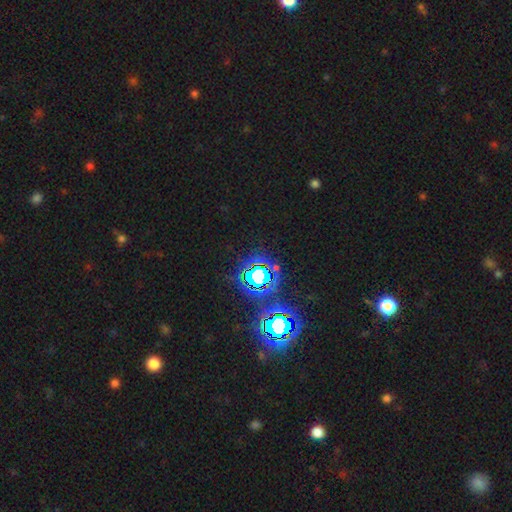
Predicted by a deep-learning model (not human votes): A star or artifact, not a galaxy (81%).